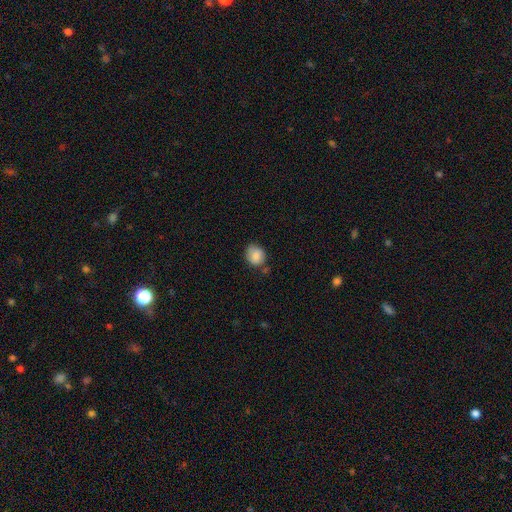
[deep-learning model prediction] smooth-or-featured: smooth: 85% | star or artifact: 8% | featured or disk: 7%
  how-rounded: round: 70% | in between: 29% | cigar-shaped: 1%
  merging: none: 70% | minor disturbance: 20% | merger: 5% | major disturbance: 4%